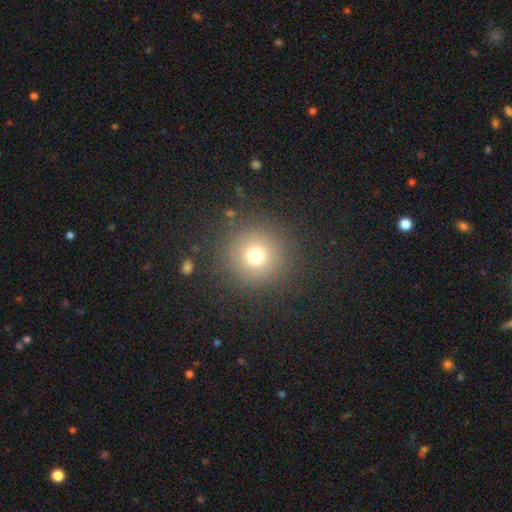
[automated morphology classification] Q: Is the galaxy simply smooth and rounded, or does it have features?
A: smooth — 73%.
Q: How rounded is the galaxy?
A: round — 96%.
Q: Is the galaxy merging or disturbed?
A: none — 88%.